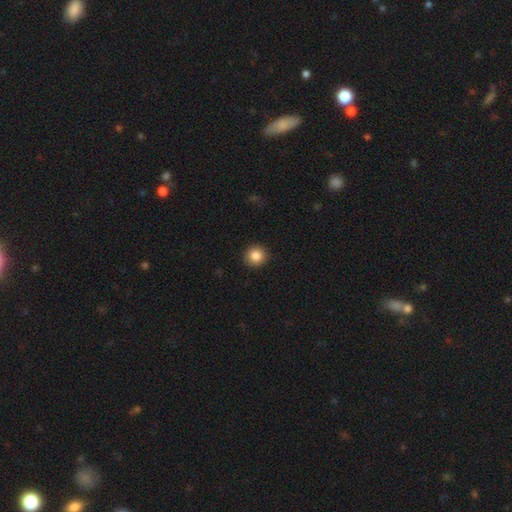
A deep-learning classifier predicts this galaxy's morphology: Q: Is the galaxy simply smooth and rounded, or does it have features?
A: smooth — 86%.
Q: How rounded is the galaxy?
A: round — 94%.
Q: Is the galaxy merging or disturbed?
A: none — 93%.